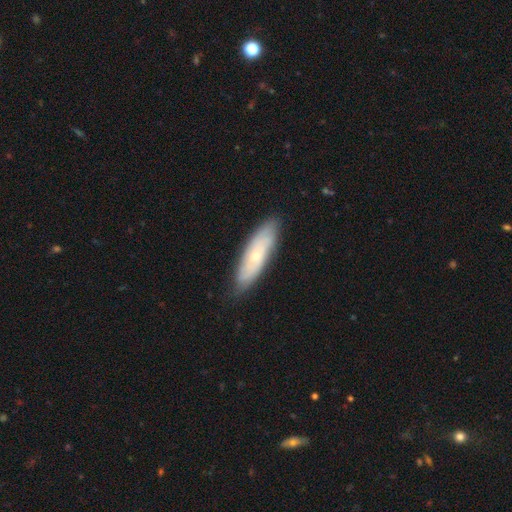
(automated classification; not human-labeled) This appears to be a featured or disk galaxy (51%). Merging: none (83%).